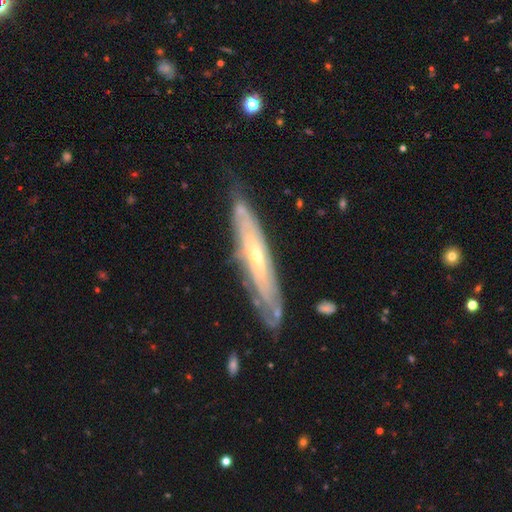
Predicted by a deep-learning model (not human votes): A featured or disk galaxy (79%) viewed edge-on (51%). Merging: none (76%).